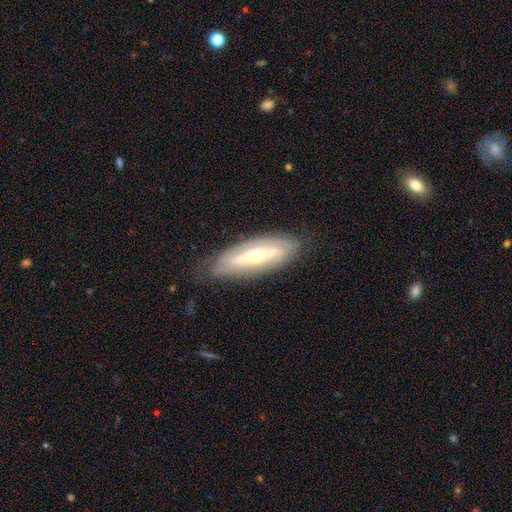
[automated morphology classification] Smooth or featured? Predicted: featured or disk (p=0.68). Edge-on disk? Predicted: no (p=0.75). Bar? Predicted: no (p=0.54). Spiral arms? Predicted: yes (p=0.59). Bulge size? Predicted: moderate (p=0.51). Merging? Predicted: none (p=0.75).